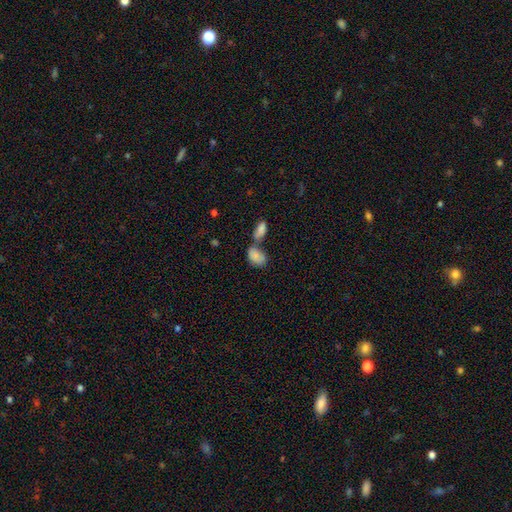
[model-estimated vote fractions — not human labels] Morphology: type=smooth (82%); roundness=in between (90%); merging=merger (47%).